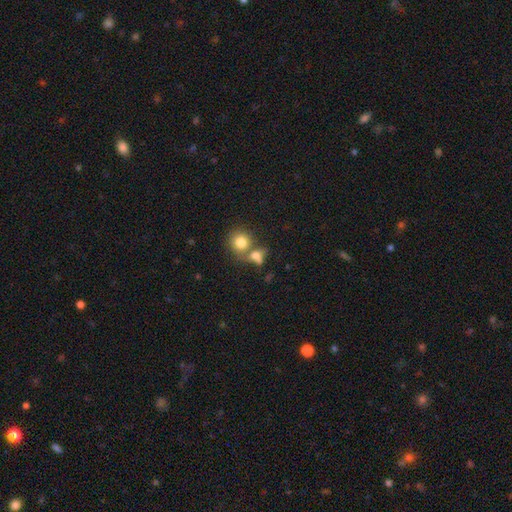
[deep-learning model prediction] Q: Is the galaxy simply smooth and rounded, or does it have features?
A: smooth — 73%.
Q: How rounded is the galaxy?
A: round — 69%.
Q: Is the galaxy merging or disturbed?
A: merger — 47%.